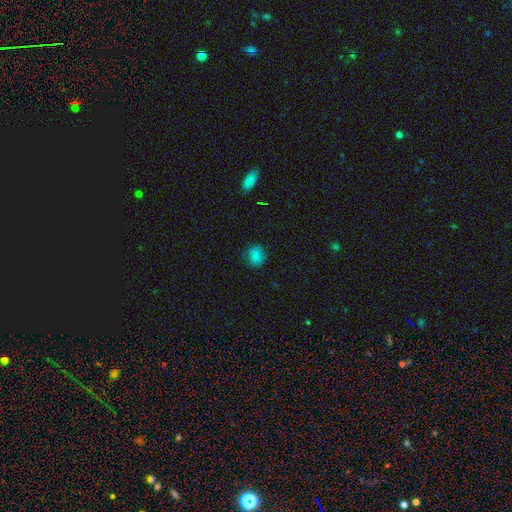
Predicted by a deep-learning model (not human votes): The model was most divided on "how rounded": round: 64%, in between: 35%, cigar-shaped: 1%. More confident: smooth or featured — smooth (82%); merging — none (77%).